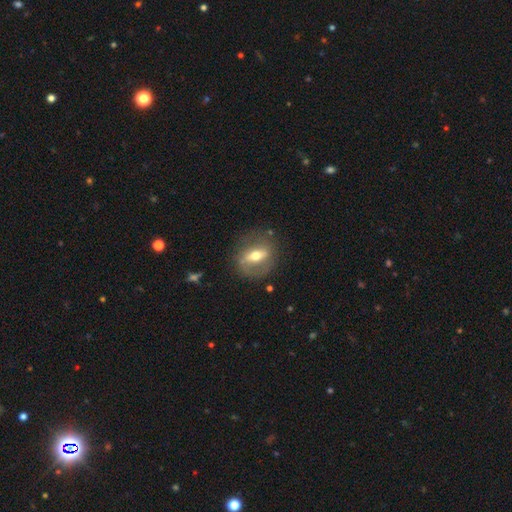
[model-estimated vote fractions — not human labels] Smooth or featured? Predicted: featured or disk (p=0.59). Edge-on disk? Predicted: no (p=0.77). Merging? Predicted: none (p=0.75).